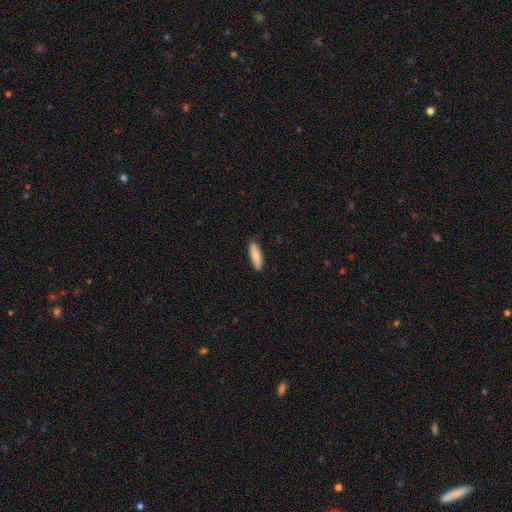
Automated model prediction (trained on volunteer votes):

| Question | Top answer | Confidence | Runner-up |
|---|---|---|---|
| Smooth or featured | smooth | 82% | featured or disk (13%) |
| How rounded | cigar-shaped | 56% | in between (42%) |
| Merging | none | 87% | minor disturbance (10%) |